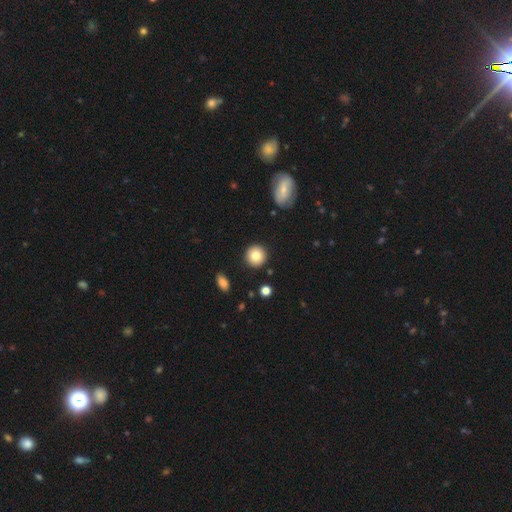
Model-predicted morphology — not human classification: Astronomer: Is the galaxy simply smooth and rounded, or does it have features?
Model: smooth — 83%.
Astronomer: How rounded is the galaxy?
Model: round — 93%.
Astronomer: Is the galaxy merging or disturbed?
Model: none — 91%.